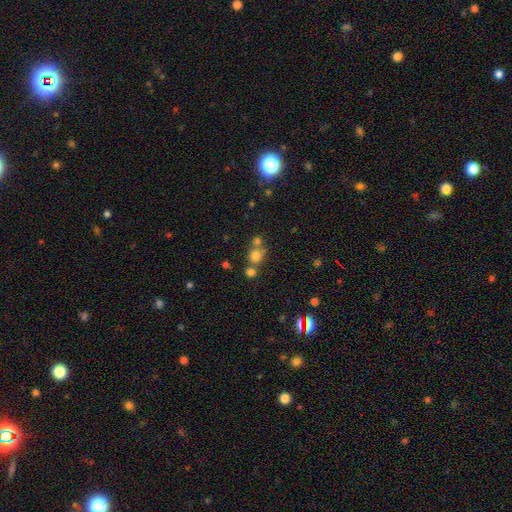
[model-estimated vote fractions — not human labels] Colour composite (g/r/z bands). It shows a smooth galaxy with no disk features (74%) that is round (86%). Merging: none (55%).